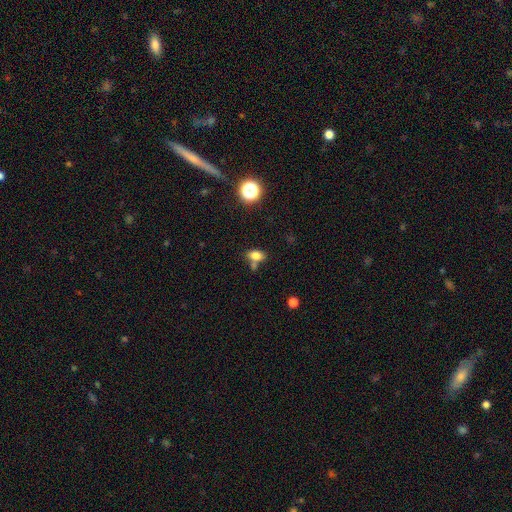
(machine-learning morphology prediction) The model was most divided on "merging": none: 57%, merger: 24%, minor disturbance: 14%, major disturbance: 5%. More confident: how rounded — in between (81%); smooth or featured — smooth (78%).